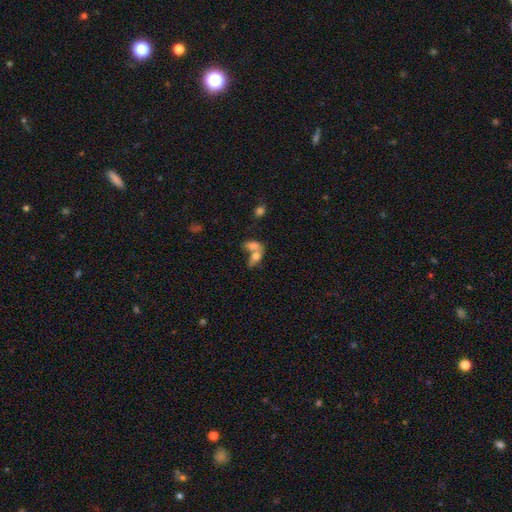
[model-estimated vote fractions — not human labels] Morphology: type=smooth (45%); merging=merger (43%).